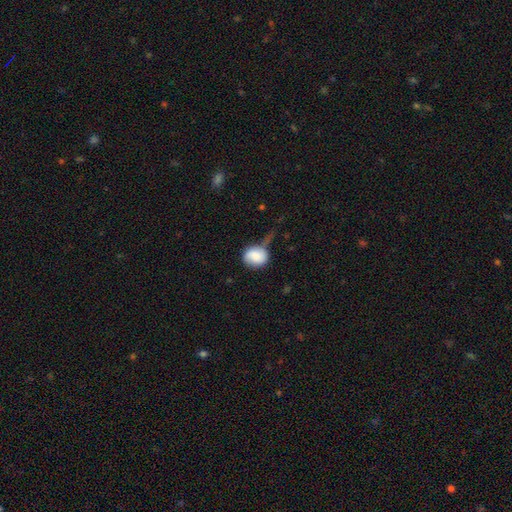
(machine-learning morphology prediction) Overall: smooth (72%). How rounded: round (66%; in between 33%). Merging: none (37%; minor disturbance 36%).